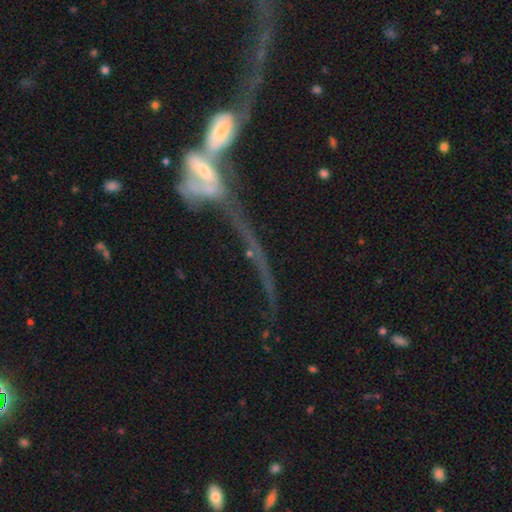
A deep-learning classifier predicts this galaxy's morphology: This appears to be a featured or disk galaxy (67%). Merging: merger (71%).